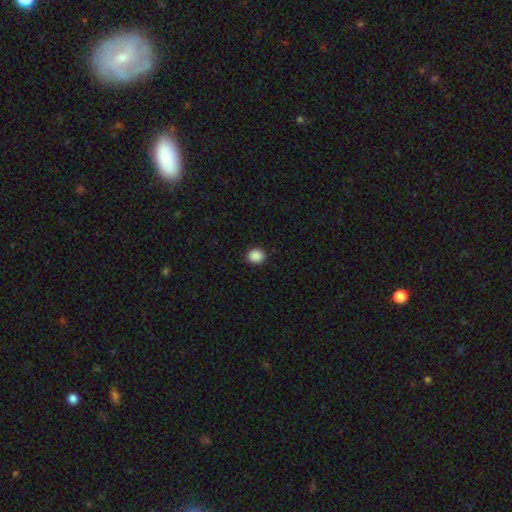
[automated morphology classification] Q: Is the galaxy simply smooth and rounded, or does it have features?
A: smooth — 89%.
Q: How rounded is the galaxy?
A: round — 68%.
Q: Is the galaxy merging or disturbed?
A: none — 91%.